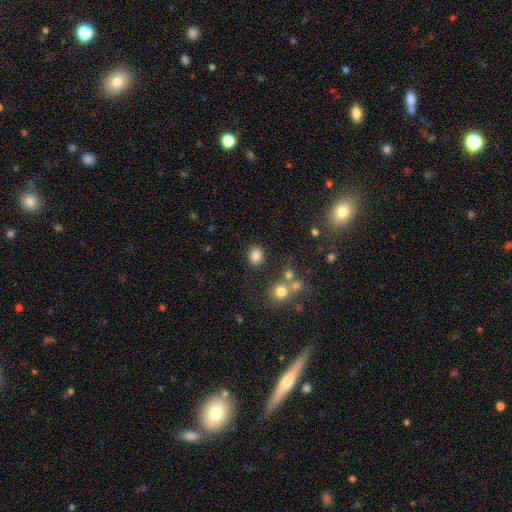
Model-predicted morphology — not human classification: Overall: smooth (83%). How rounded: round (60%; in between 39%). Merging: none (82%).